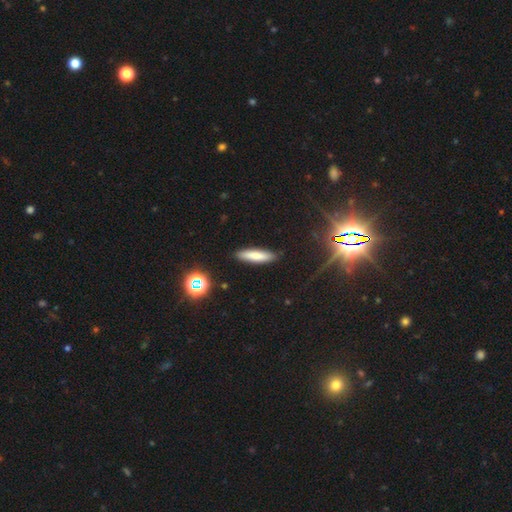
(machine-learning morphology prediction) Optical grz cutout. It shows a smooth galaxy with no disk features (76%) that is cigar-shaped (73%). Merging: none (89%).